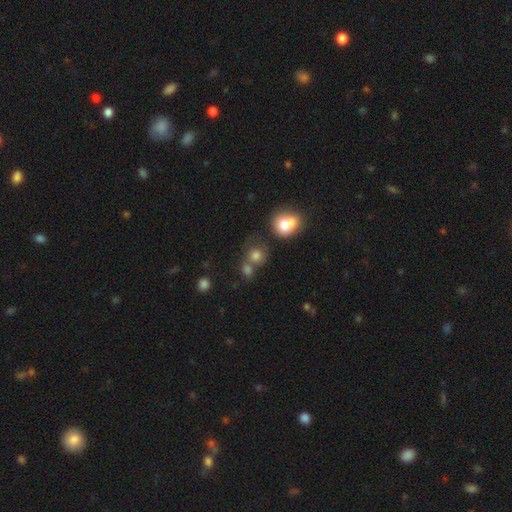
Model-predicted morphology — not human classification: Smooth or featured?
  - smooth: 77% *
  - star or artifact: 14%
  - featured or disk: 9%
How rounded?
  - round: 81% *
  - in between: 18%
  - cigar-shaped: 1%
Merging?
  - none: 50% *
  - merger: 33%
  - minor disturbance: 12%
  - major disturbance: 6%